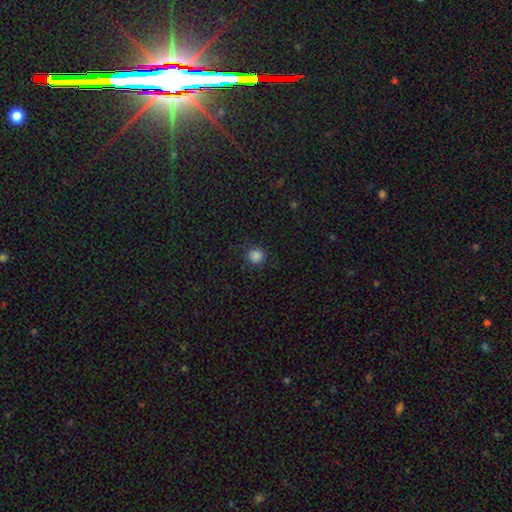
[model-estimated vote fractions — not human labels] smooth 85%, star or artifact 12%, featured or disk 3%. Down the decision tree: how rounded — round (92%); merging — none (87%).